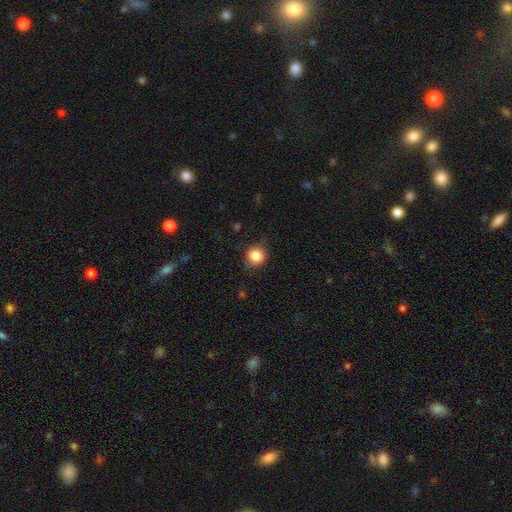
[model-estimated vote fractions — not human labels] smooth_or_featured: smooth (p=0.85) [alt: star or artifact p=0.10]
how_rounded: round (p=0.90) [alt: in between p=0.09]
merging: none (p=0.81) [alt: minor disturbance p=0.15]